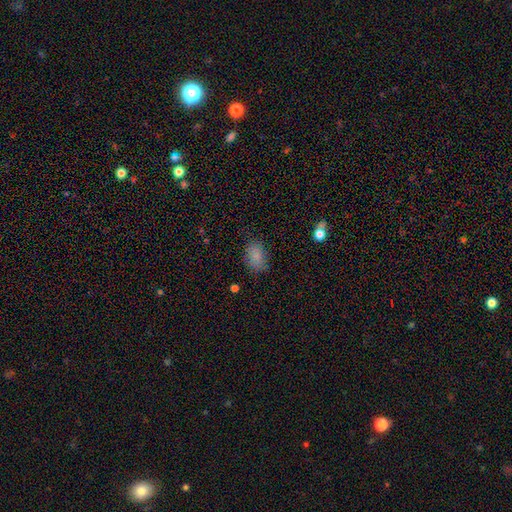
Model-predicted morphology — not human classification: smooth_or_featured: smooth (p=0.84) [alt: star or artifact p=0.10]
how_rounded: in between (p=0.76) [alt: round p=0.22]
merging: none (p=0.75) [alt: minor disturbance p=0.18]